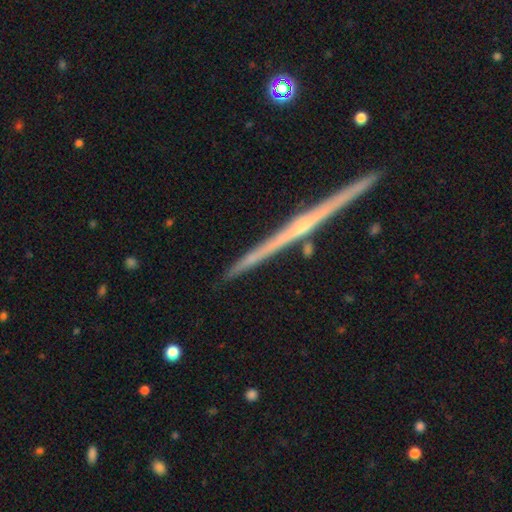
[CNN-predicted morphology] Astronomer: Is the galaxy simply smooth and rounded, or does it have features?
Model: featured or disk — 75%.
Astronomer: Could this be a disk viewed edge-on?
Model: yes — 98%.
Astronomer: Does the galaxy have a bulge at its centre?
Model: none — 48% (runner-up: rounded, 45%).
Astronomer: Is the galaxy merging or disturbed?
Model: none — 88%.